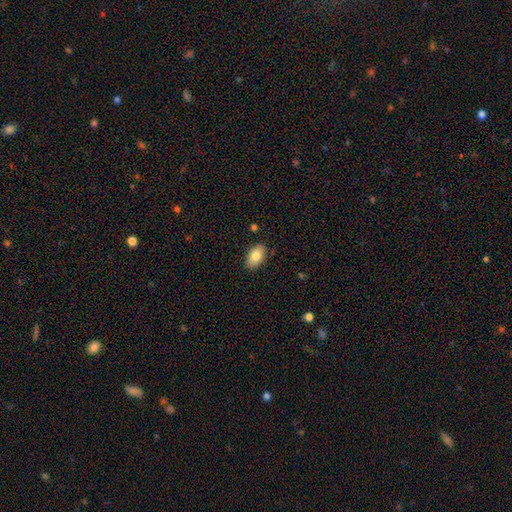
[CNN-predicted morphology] smooth-or-featured: smooth: 81% | featured or disk: 12% | star or artifact: 7%
  how-rounded: in between: 92% | round: 6% | cigar-shaped: 2%
  merging: none: 87% | minor disturbance: 10% | major disturbance: 2% | merger: 1%